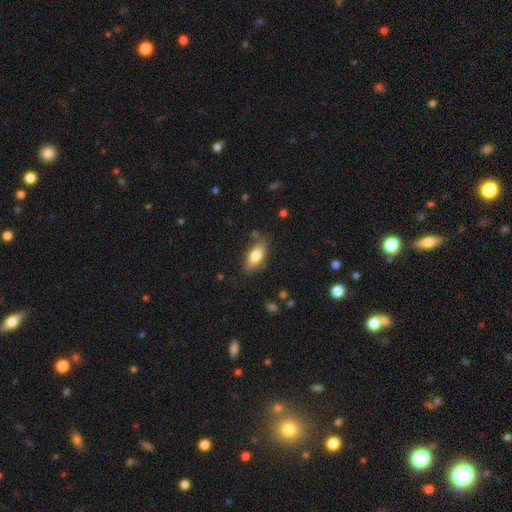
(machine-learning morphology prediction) Smooth or featured: smooth — 76% (featured or disk — 17%)
How rounded: in between — 80% (cigar-shaped — 17%)
Merging: none — 81% (minor disturbance — 14%)